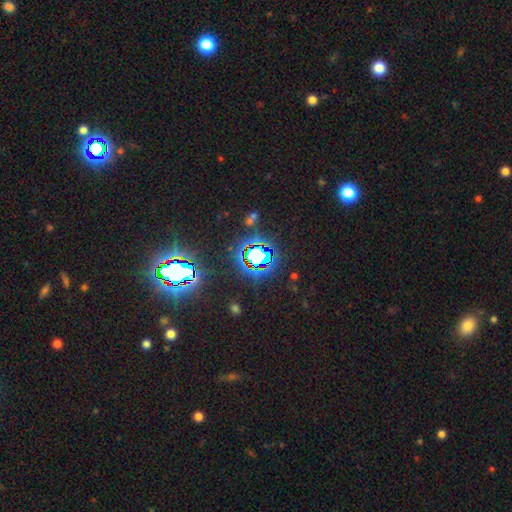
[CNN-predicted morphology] Smooth or featured: star or artifact — 73% (smooth — 16%)